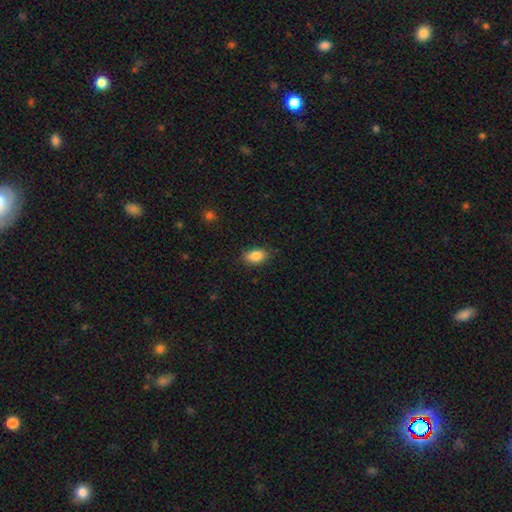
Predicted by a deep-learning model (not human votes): This is clearly a smooth galaxy (87%). How rounded: clearly in between (88%). Merging: clearly none (83%).